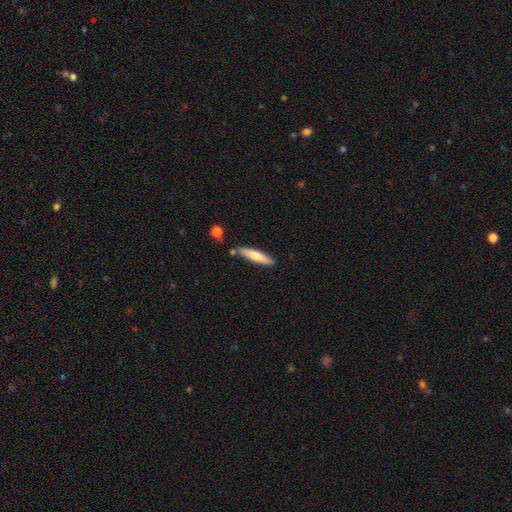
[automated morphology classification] Smooth or featured?
  - smooth: 71% *
  - featured or disk: 24%
  - star or artifact: 6%
How rounded?
  - cigar-shaped: 84% *
  - in between: 15%
  - round: 1%
Merging?
  - none: 76% *
  - minor disturbance: 15%
  - merger: 6%
  - major disturbance: 3%